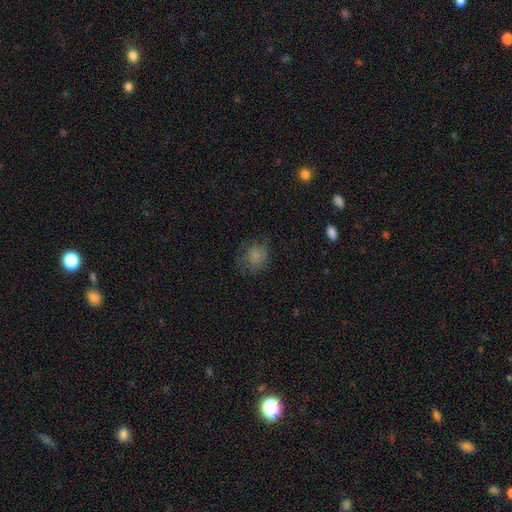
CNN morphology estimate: Smooth or featured?
  - smooth: 74% *
  - featured or disk: 15%
  - star or artifact: 11%
How rounded?
  - round: 77% *
  - in between: 22%
  - cigar-shaped: 1%
Merging?
  - none: 61% *
  - minor disturbance: 23%
  - major disturbance: 15%
  - merger: 1%